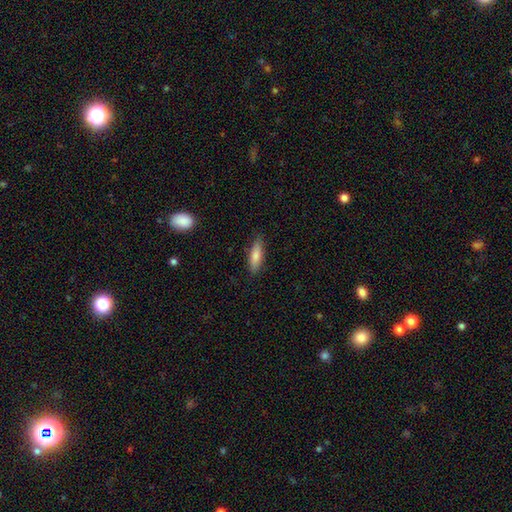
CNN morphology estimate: smooth-or-featured: smooth: 80% | featured or disk: 14% | star or artifact: 6%
  how-rounded: cigar-shaped: 54% | in between: 44% | round: 2%
  merging: none: 84% | minor disturbance: 12% | major disturbance: 2% | merger: 1%